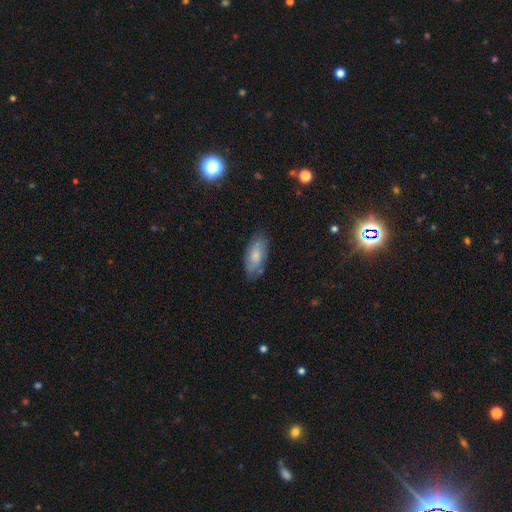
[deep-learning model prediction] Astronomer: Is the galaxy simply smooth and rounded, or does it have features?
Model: smooth — 70%.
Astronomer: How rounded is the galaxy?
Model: in between — 89%.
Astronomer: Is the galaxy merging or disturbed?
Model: none — 72%.